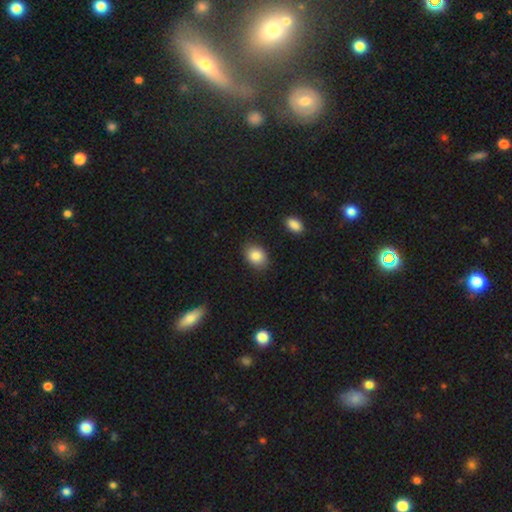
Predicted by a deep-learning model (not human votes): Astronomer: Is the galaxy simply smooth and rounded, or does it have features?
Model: smooth — 86%.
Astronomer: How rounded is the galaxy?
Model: in between — 63%.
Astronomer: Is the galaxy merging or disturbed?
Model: none — 84%.